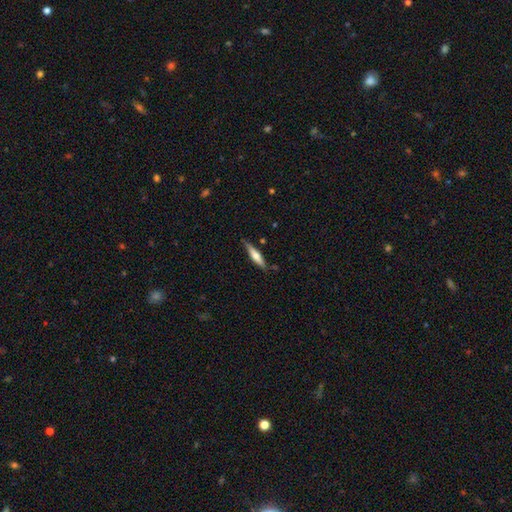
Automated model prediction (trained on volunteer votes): Q: Smooth or featured?
A: smooth (50%); runner-up: featured or disk (44%)
Q: Merging?
A: none (81%); runner-up: minor disturbance (14%)